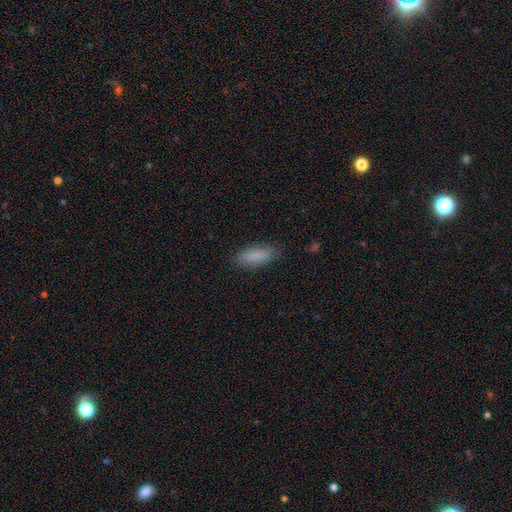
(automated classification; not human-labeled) smooth_or_featured: smooth (p=0.88) [alt: star or artifact p=0.07]
how_rounded: in between (p=0.72) [alt: cigar-shaped p=0.26]
merging: none (p=0.85) [alt: minor disturbance p=0.12]